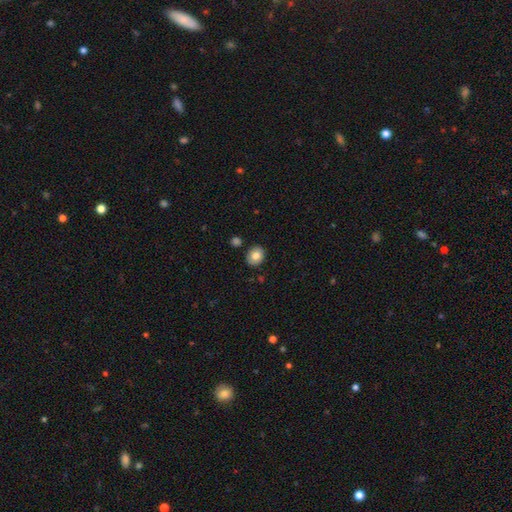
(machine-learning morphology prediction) This appears to be a smooth galaxy with no disk features (77%) that is round (69%). Merging: none (86%).